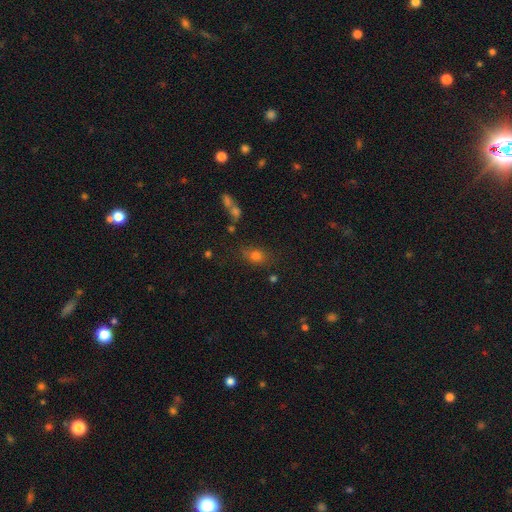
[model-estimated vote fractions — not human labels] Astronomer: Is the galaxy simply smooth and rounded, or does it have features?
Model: smooth — 71%.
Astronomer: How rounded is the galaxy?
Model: in between — 61%.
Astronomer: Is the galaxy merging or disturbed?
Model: none — 71%.